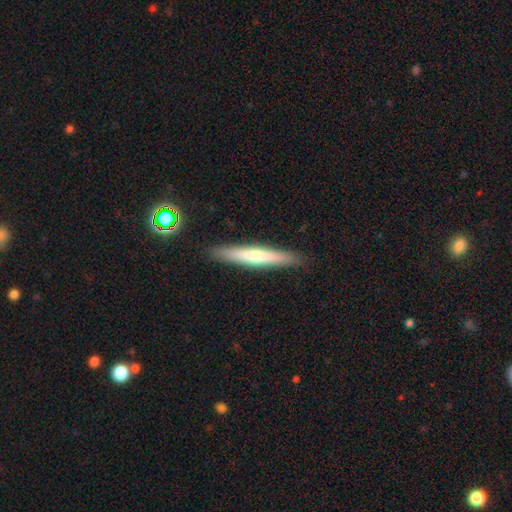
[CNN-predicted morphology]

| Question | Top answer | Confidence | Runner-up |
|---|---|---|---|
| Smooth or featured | smooth | 51% | featured or disk (42%) |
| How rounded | cigar-shaped | 94% | in between (5%) |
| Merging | none | 91% | minor disturbance (6%) |